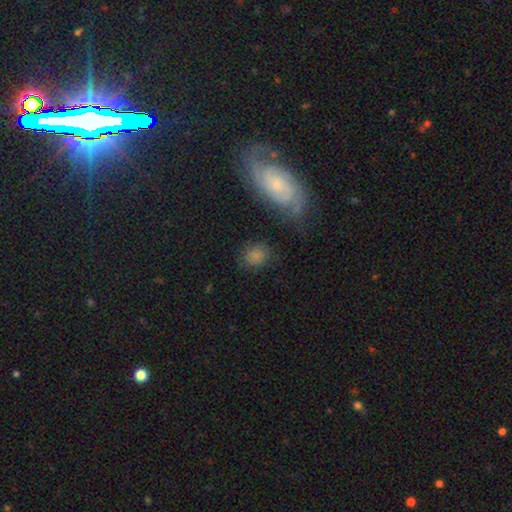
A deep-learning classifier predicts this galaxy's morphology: A smooth galaxy with no disk features (75%) that is round (65%).

Vote fractions:
- Smooth or featured? smooth: 75% / star or artifact: 15% / featured or disk: 10%
- How rounded? round: 65% / in between: 34% / cigar-shaped: 2%
- Merging? none: 76% / minor disturbance: 13% / major disturbance: 6% / merger: 5%